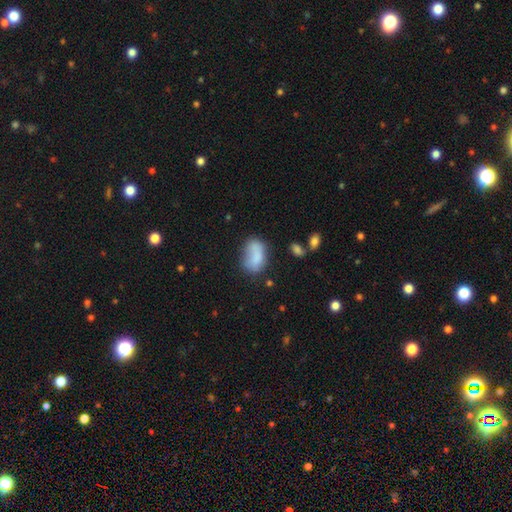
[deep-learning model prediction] Smooth or featured?
  - smooth: 76% *
  - featured or disk: 15%
  - star or artifact: 9%
How rounded?
  - in between: 87% *
  - round: 11%
  - cigar-shaped: 2%
Merging?
  - none: 44% *
  - minor disturbance: 28%
  - major disturbance: 14%
  - merger: 14%